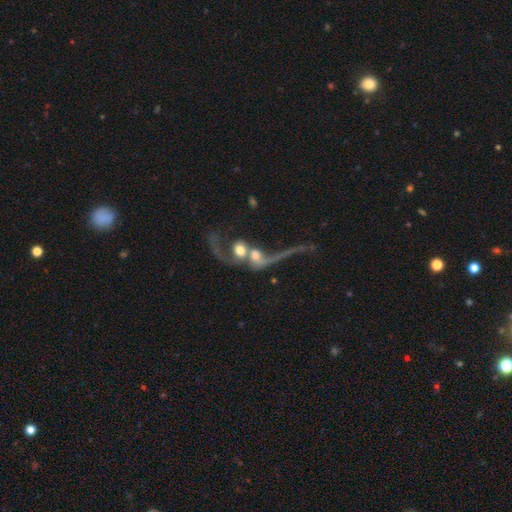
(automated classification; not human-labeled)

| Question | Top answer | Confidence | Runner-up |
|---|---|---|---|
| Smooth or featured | featured or disk | 54% | smooth (36%) |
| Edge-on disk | no | 94% | yes (6%) |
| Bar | no | 73% | weak (20%) |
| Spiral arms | yes | 66% | no (34%) |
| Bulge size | moderate | 39% | large (31%) |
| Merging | merger | 76% | major disturbance (12%) |